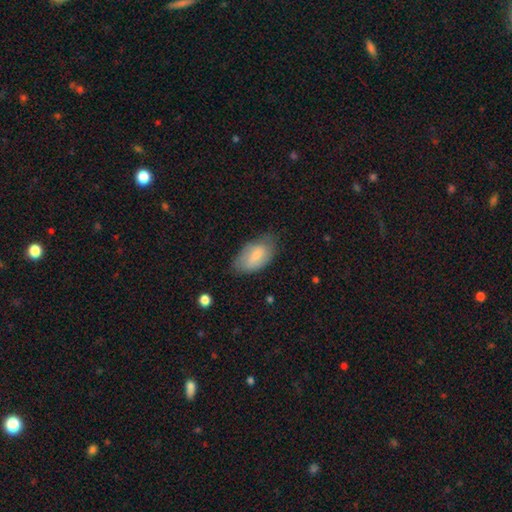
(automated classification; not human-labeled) A smooth galaxy with no disk features (72%) that is in between round and cigar-shaped (93%). Merging: none (66%).